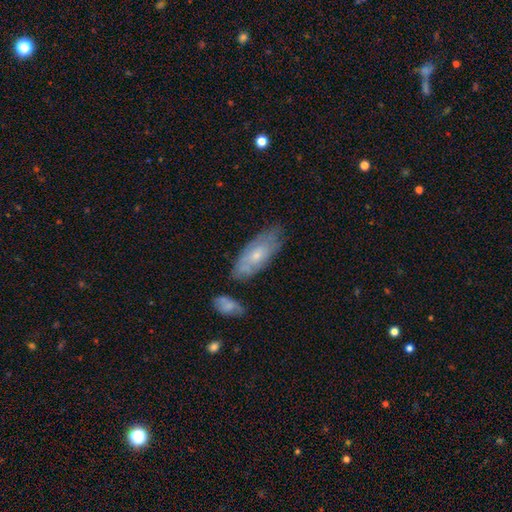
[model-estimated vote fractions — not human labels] Smooth or featured? Predicted: smooth (p=0.48). Merging? Predicted: none (p=0.65).